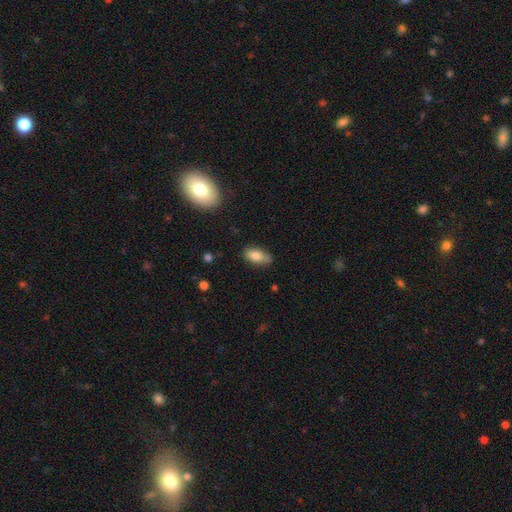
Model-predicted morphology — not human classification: A smooth galaxy with no disk features (82%) that is in between round and cigar-shaped (88%). Merging: none (74%).